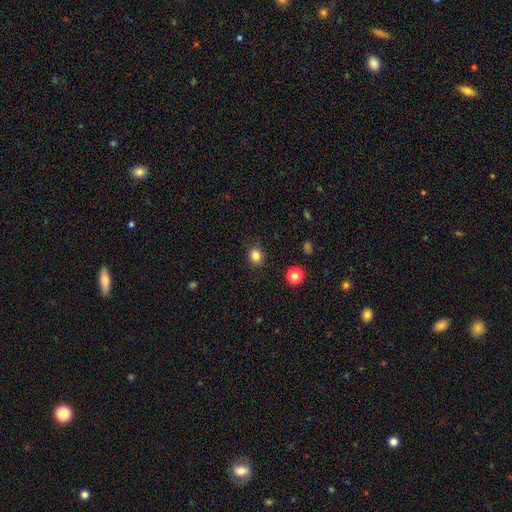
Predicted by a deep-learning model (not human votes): This is clearly a smooth galaxy (83%). How rounded: likely round (71%). Merging: clearly none (87%).